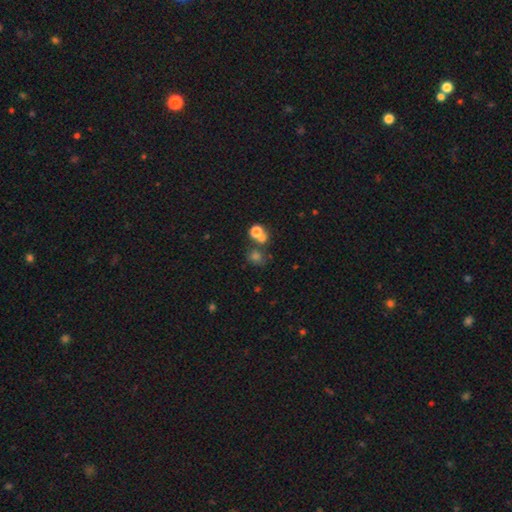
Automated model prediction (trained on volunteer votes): This is possibly a smooth galaxy (55%). How rounded: likely round (78%). Merging: possibly none (56%).